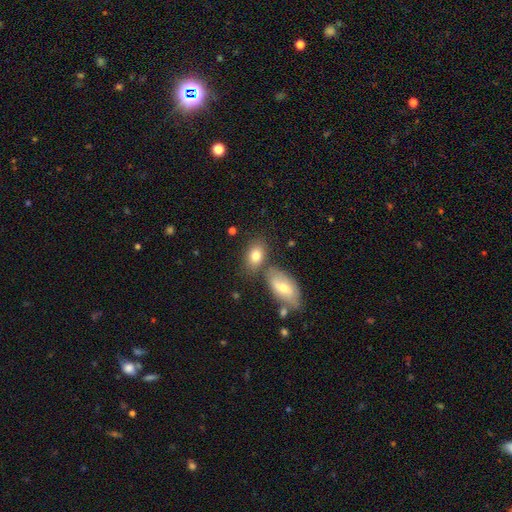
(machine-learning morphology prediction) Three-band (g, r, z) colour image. It shows a smooth galaxy with no disk features (78%) that is in between round and cigar-shaped (85%). Merging: none (58%).